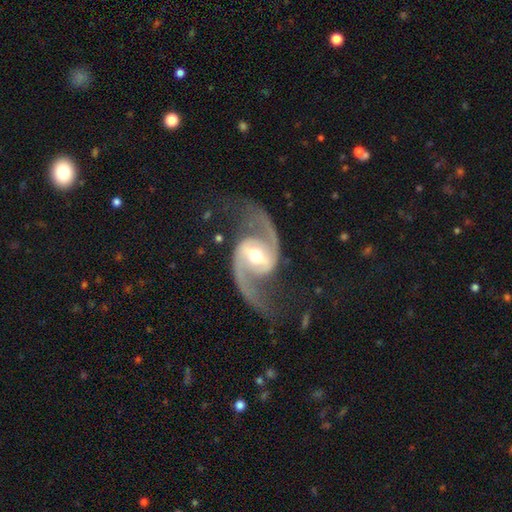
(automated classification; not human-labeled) Smooth or featured: featured or disk — 94% (star or artifact — 4%)
Edge-on disk: no — 98% (yes — 2%)
Bar: strong — 44% (weak — 39%)
Spiral arms: yes — 98% (no — 2%)
Spiral winding: loose — 57% (medium — 36%)
Spiral arm count: 2 — 95% (1 — 1%)
Bulge size: moderate — 72% (small — 17%)
Merging: none — 77% (minor disturbance — 12%)